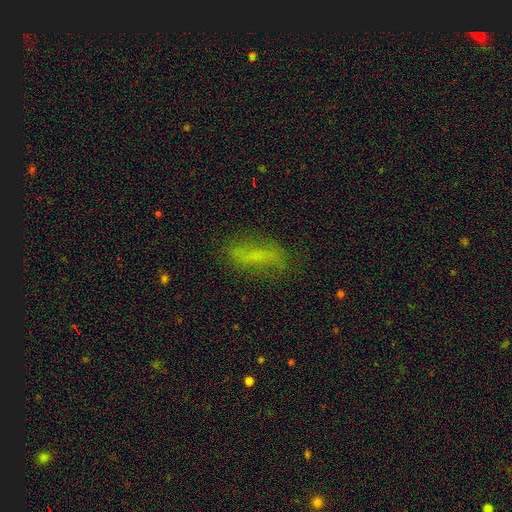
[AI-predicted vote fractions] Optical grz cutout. It shows a smooth galaxy with no disk features (58%) that is cigar-shaped (49%). Merging: none (68%).